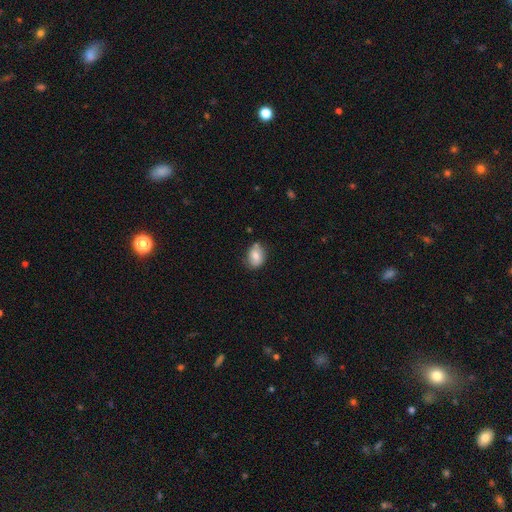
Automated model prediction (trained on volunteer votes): Smooth or featured? Predicted: smooth (p=0.76). How rounded? Predicted: in between (p=0.67). Merging? Predicted: none (p=0.71).